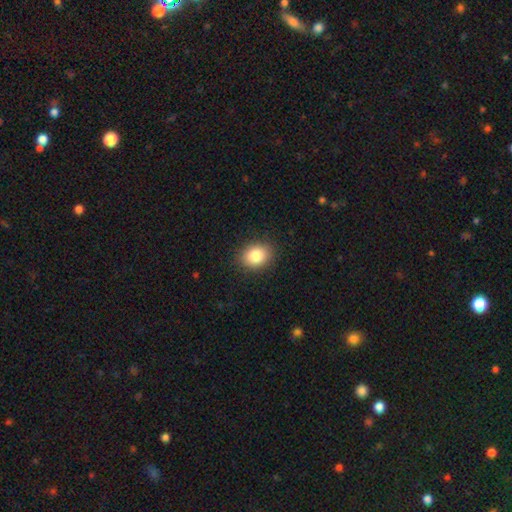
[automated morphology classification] Overall: smooth (85%). How rounded: in between (51%; round 48%). Merging: none (88%).